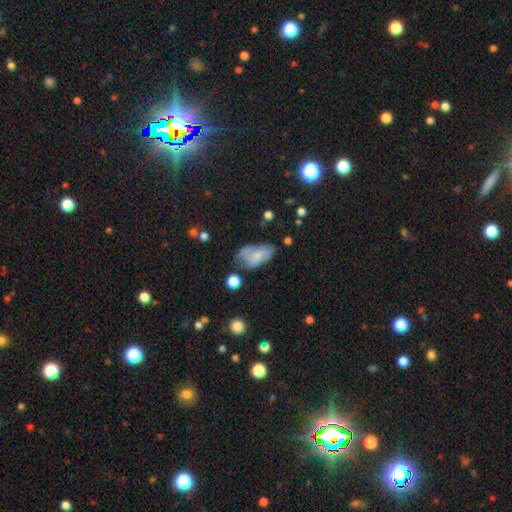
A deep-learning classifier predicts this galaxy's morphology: This appears to be a smooth galaxy with no disk features (67%) that is in between round and cigar-shaped (92%). Merging: minor disturbance (35%).